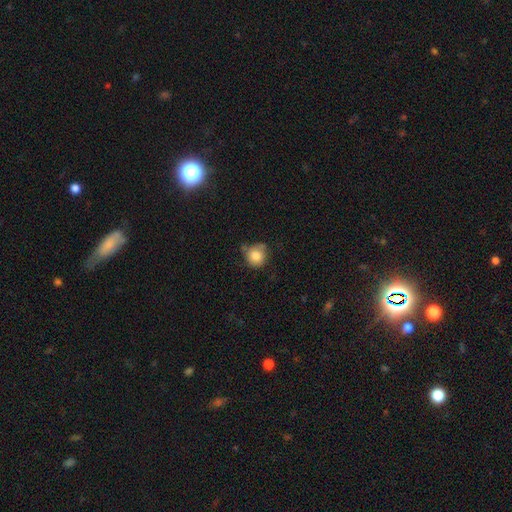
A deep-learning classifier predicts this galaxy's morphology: The model was most divided on "merging": none: 55%, minor disturbance: 31%, major disturbance: 8%, merger: 5%. More confident: how rounded — round (85%); smooth or featured — smooth (81%).